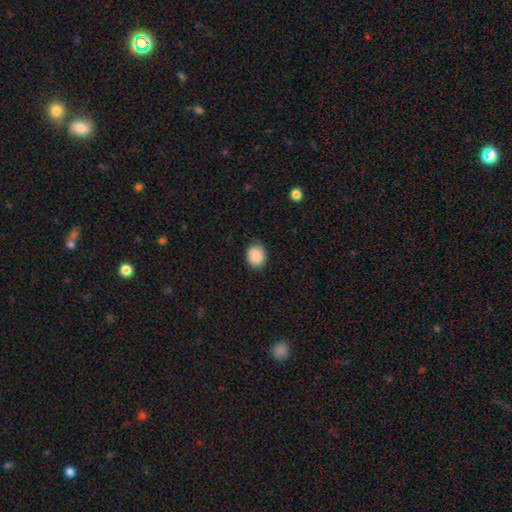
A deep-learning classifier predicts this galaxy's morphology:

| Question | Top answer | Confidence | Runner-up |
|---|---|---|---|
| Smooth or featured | smooth | 90% | star or artifact (8%) |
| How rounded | round | 57% | in between (42%) |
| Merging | none | 85% | minor disturbance (11%) |